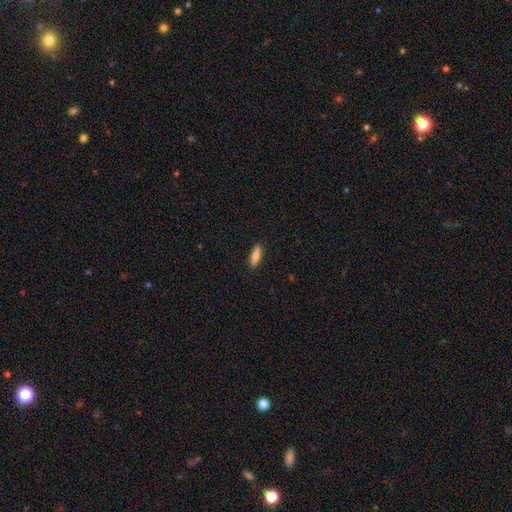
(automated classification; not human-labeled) This appears to be a smooth galaxy with no disk features (75%) that is cigar-shaped (52%). Merging: none (89%).